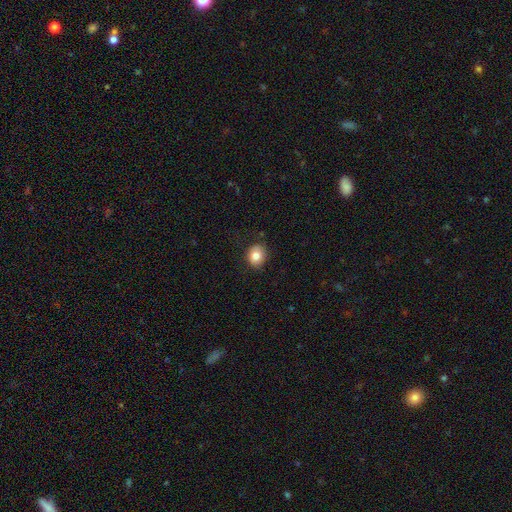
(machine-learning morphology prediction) This is clearly a smooth galaxy (82%). How rounded: likely round (71%). Merging: clearly none (83%).